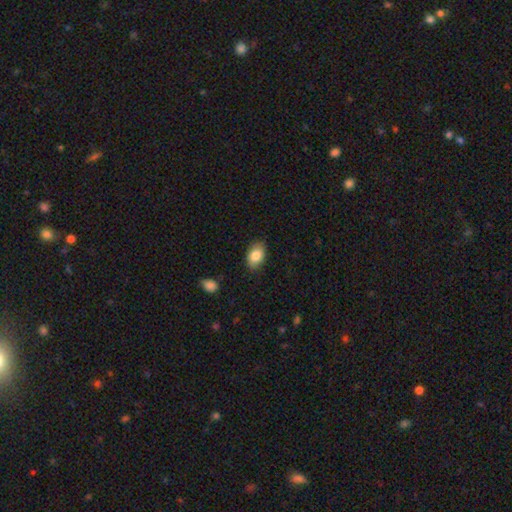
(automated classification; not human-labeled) A smooth galaxy with no disk features (85%) that is in between round and cigar-shaped (87%).

Vote fractions:
- Smooth or featured? smooth: 85% / featured or disk: 8% / star or artifact: 7%
- How rounded? in between: 87% / round: 12% / cigar-shaped: 1%
- Merging? none: 84% / minor disturbance: 12% / major disturbance: 2% / merger: 1%